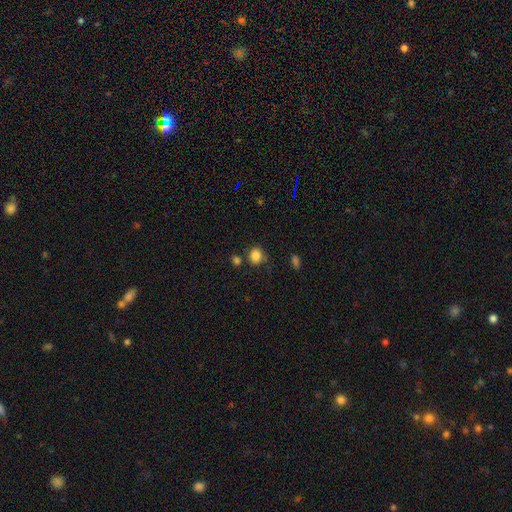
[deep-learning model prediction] Morphology: type=smooth (85%); roundness=round (79%); merging=none (74%).